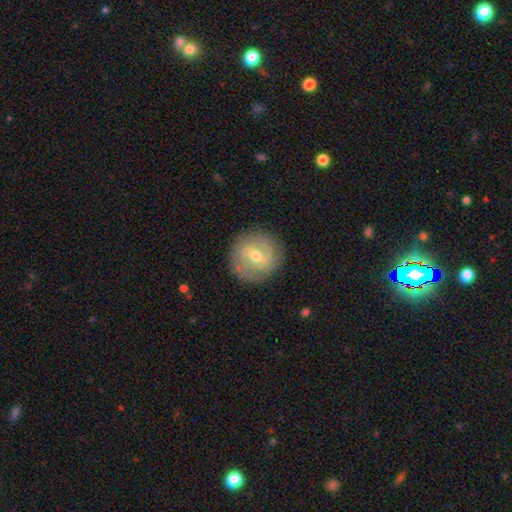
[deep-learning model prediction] Smooth or featured?
  - featured or disk: 59% *
  - smooth: 34%
  - star or artifact: 7%
Edge-on disk?
  - no: 95% *
  - yes: 5%
Bar?
  - weak: 54% *
  - strong: 23%
  - no: 22%
Spiral arms?
  - yes: 58% *
  - no: 42%
Bulge size?
  - moderate: 67% *
  - small: 29%
  - large: 2%
  - none: 1%
  - dominant: 1%
Merging?
  - none: 86% *
  - minor disturbance: 10%
  - major disturbance: 3%
  - merger: 1%